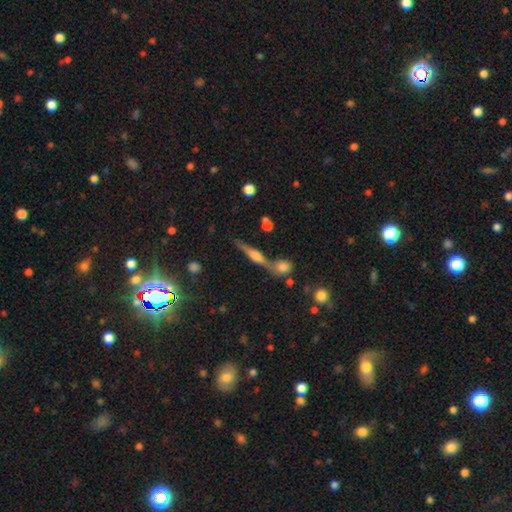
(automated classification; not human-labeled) Morphology: type=featured or disk (68%); edge-on=yes (95%); edge-on bulge=rounded (84%); merging=none (64%).